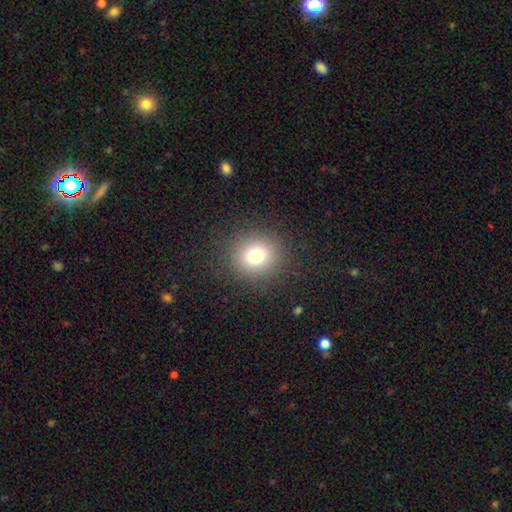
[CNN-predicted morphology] Smooth or featured?
  - smooth: 74% *
  - star or artifact: 16%
  - featured or disk: 9%
How rounded?
  - round: 88% *
  - in between: 11%
  - cigar-shaped: 1%
Merging?
  - none: 88% *
  - minor disturbance: 7%
  - major disturbance: 4%
  - merger: 1%